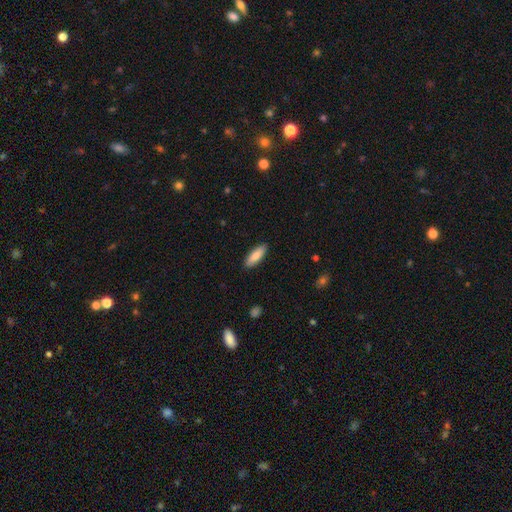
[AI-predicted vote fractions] Smooth or featured? Predicted: smooth (p=0.85). How rounded? Predicted: in between (p=0.61). Merging? Predicted: none (p=0.89).